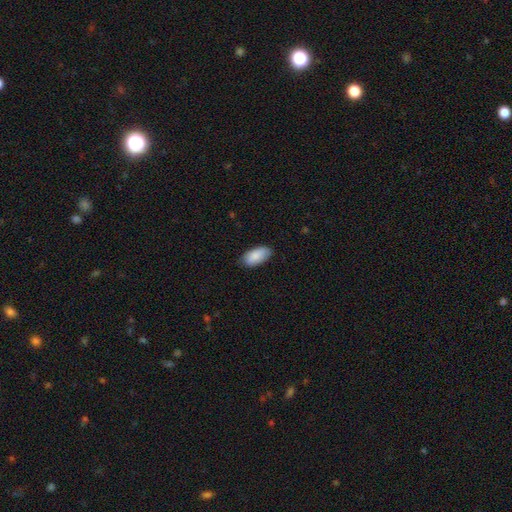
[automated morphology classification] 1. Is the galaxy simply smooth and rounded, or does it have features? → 89% smooth, 6% star or artifact, 5% featured or disk.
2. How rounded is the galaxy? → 94% in between, 4% cigar-shaped, 2% round.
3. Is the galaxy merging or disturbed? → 79% none, 17% minor disturbance, 3% major disturbance, 1% merger.